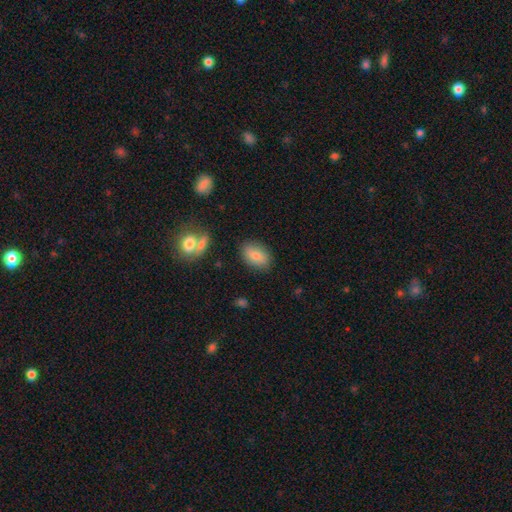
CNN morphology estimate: This is clearly a smooth galaxy (80%). How rounded: clearly in between (87%). Merging: clearly none (82%).